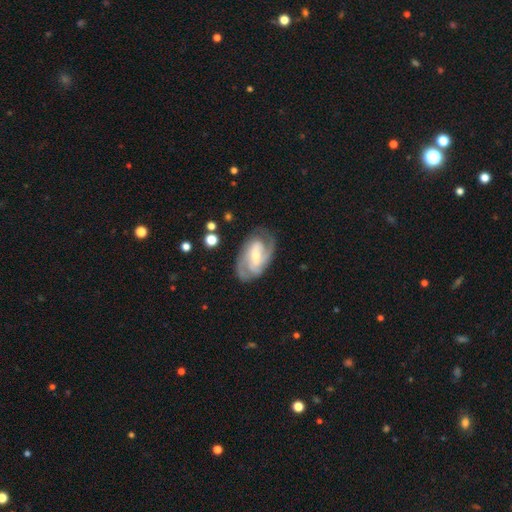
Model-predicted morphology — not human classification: smooth-or-featured: featured or disk: 84% | smooth: 11% | star or artifact: 5%
  disk-edge-on: no: 96% | yes: 4%
    bar: weak: 44% | strong: 30% | no: 26%
    has-spiral-arms: yes: 95% | no: 5%
      spiral-winding: medium: 44% (tied) | tight: 44% (tied) | loose: 12%
      spiral-arm-count: 2: 60% | 3: 17% | can't tell: 14% | 1: 4% | 4: 3% | more than 4: 2%
    bulge-size: small: 53% | moderate: 39% | large: 4% | none: 3% | dominant: 1%
  merging: none: 74% | minor disturbance: 17% | major disturbance: 8% | merger: 2%